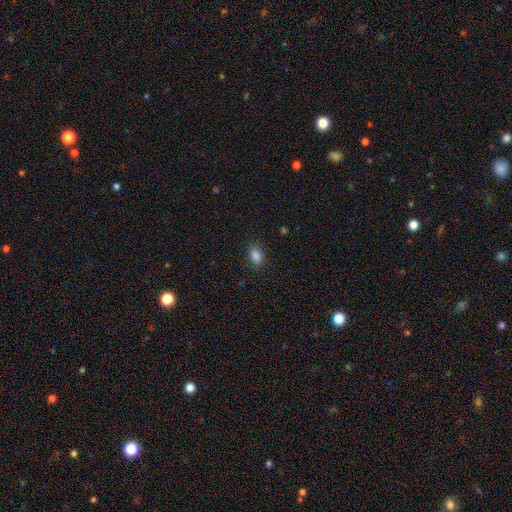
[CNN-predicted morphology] Overall: smooth (85%). How rounded: in between (76%). Merging: none (86%).